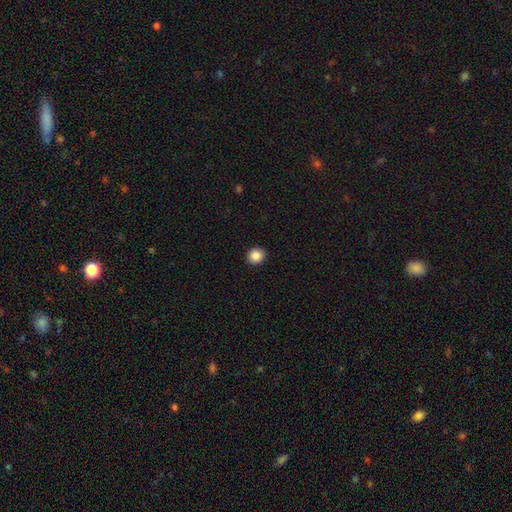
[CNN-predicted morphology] A smooth galaxy with no disk features (87%) that is round (85%). Merging: none (92%).